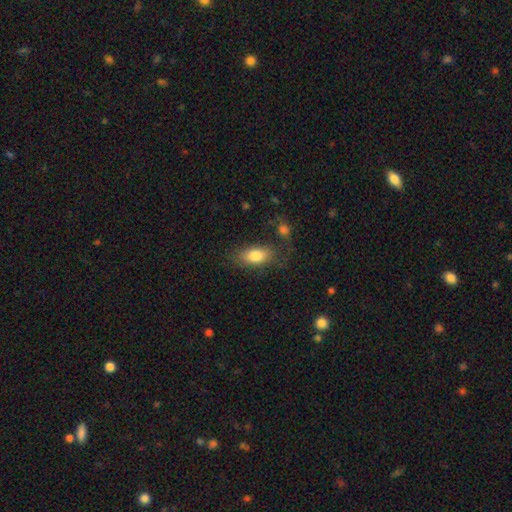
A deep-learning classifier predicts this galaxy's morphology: Smooth or featured: smooth — 82% (featured or disk — 11%)
How rounded: in between — 88% (cigar-shaped — 6%)
Merging: none — 73% (minor disturbance — 16%)